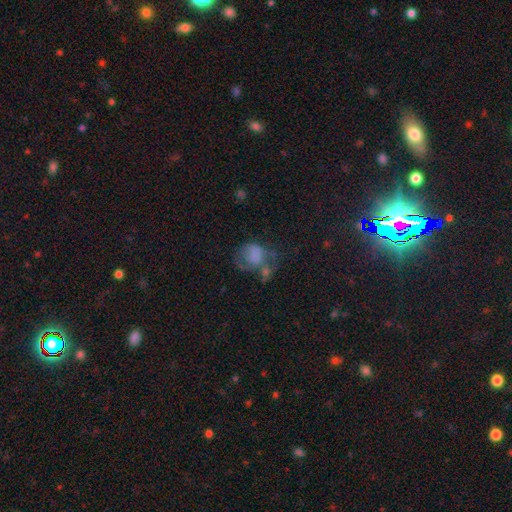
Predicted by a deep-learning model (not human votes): Smooth or featured? Predicted: smooth (p=0.56). How rounded? Predicted: round (p=0.56). Merging? Predicted: major disturbance (p=0.37).